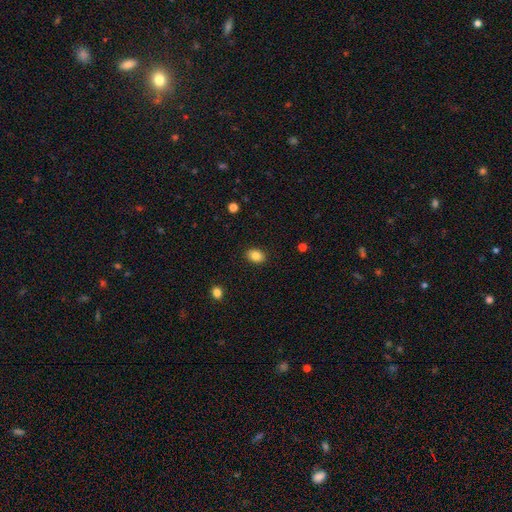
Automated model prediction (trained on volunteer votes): smooth 85%, star or artifact 9%, featured or disk 6%. Down the decision tree: how rounded — in between (70%); merging — none (89%).